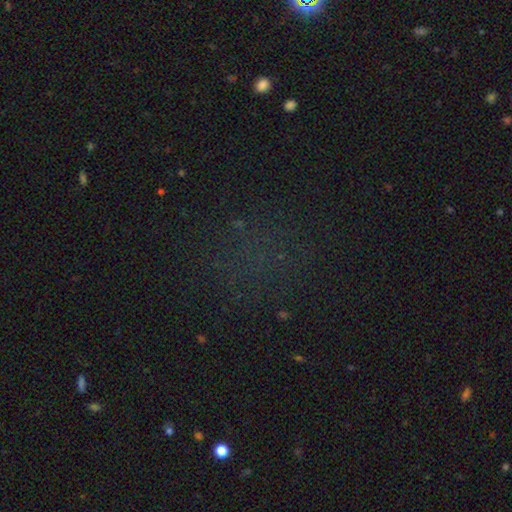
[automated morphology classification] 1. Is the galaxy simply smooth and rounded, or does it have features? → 62% star or artifact, 26% smooth, 11% featured or disk.